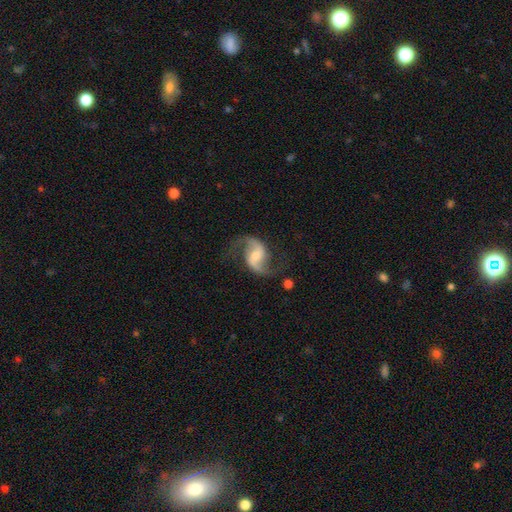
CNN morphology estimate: smooth-or-featured: featured or disk: 89% | smooth: 6% | star or artifact: 5%
  disk-edge-on: no: 98% | yes: 2%
    bar: weak: 44% | no: 30% | strong: 26%
    has-spiral-arms: yes: 97% | no: 3%
      spiral-winding: loose: 66% | medium: 29% | tight: 5%
      spiral-arm-count: 2: 94% | 1: 2% | can't tell: 2% | 3: 1% | 4: 1% | more than 4: 1%
    bulge-size: moderate: 48% | small: 41% | large: 5% | none: 5% | dominant: 1%
  merging: none: 75% | minor disturbance: 14% | major disturbance: 9% | merger: 2%